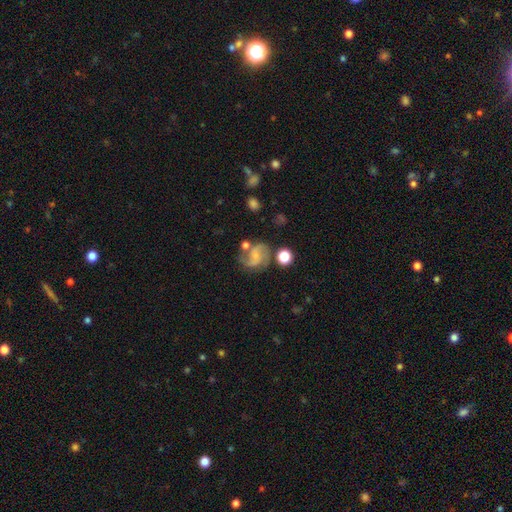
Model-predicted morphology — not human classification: Smooth or featured: featured or disk — 76% (smooth — 16%)
Edge-on disk: no — 98% (yes — 2%)
Bar: no — 54% (weak — 38%)
Spiral arms: yes — 95% (no — 5%)
Spiral winding: medium — 51% (loose — 33%)
Spiral arm count: 2 — 83% (3 — 6%)
Bulge size: small — 62% (moderate — 21%)
Merging: none — 59% (minor disturbance — 19%)